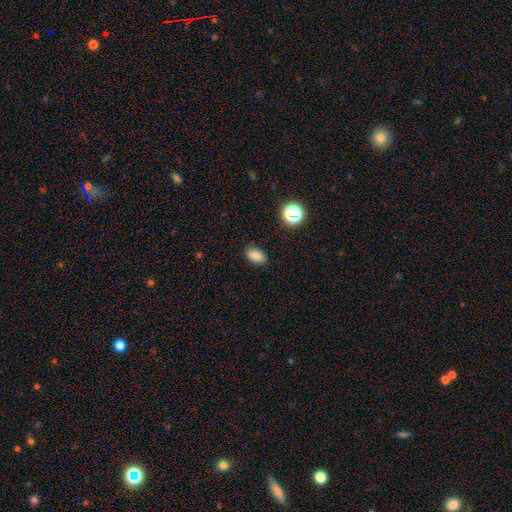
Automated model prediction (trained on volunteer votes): Overall: smooth (83%). How rounded: in between (89%). Merging: none (87%).